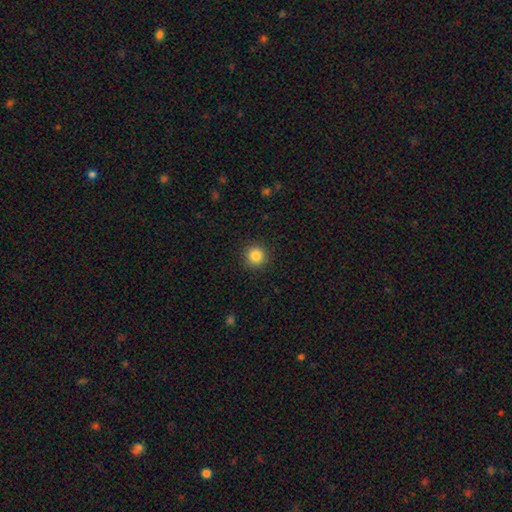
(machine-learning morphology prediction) Overall: smooth (86%). How rounded: round (94%). Merging: none (92%).